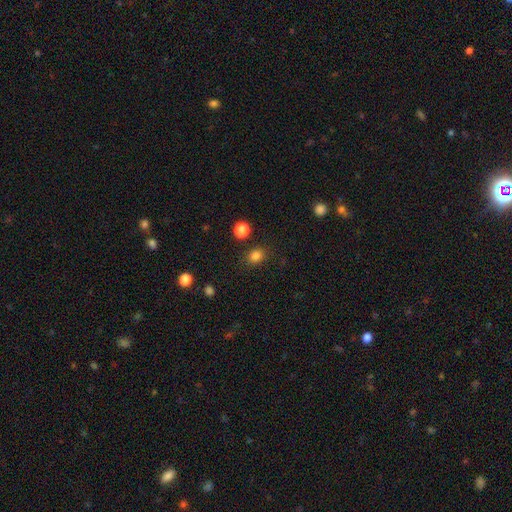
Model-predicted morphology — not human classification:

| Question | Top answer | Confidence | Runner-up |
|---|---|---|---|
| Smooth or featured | smooth | 82% | star or artifact (13%) |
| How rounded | round | 58% | in between (41%) |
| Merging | none | 84% | minor disturbance (9%) |